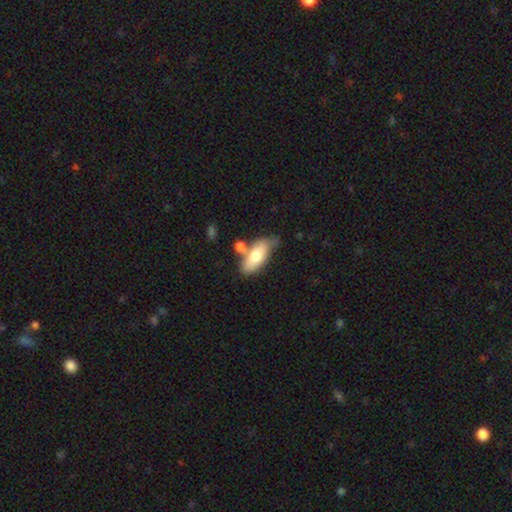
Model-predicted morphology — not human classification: Q: Smooth or featured?
A: smooth (69%); runner-up: featured or disk (25%)
Q: How rounded?
A: in between (82%); runner-up: cigar-shaped (16%)
Q: Merging?
A: none (49%); runner-up: merger (25%)